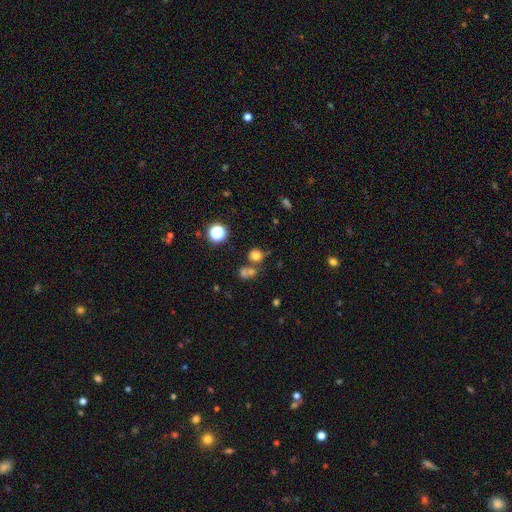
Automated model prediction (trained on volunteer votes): Smooth or featured? Predicted: smooth (p=0.72). How rounded? Predicted: round (p=0.84). Merging? Predicted: none (p=0.60).